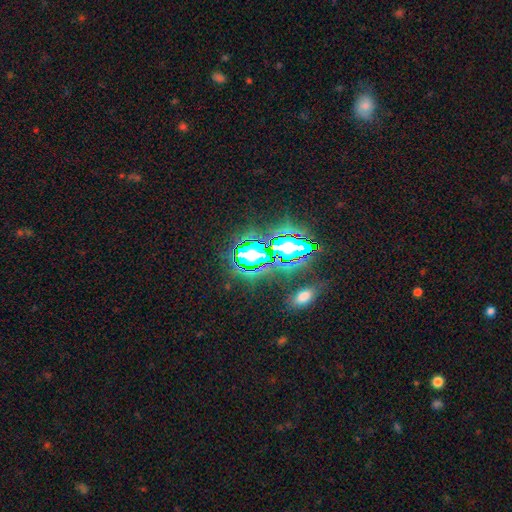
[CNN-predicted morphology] Q: Smooth or featured?
A: star or artifact (76%); runner-up: smooth (14%)